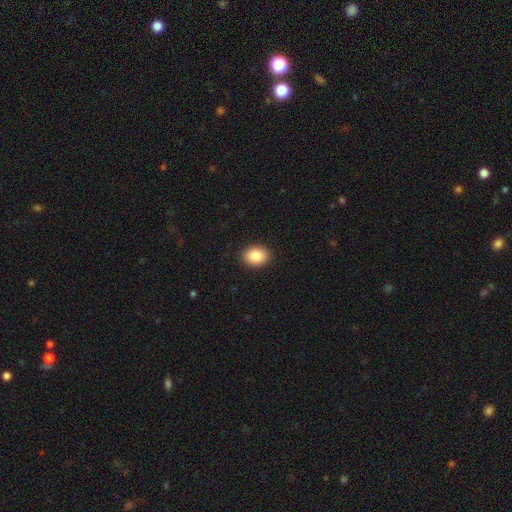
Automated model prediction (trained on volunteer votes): This is clearly a smooth galaxy (86%). How rounded: likely in between (65%). Merging: clearly none (91%).